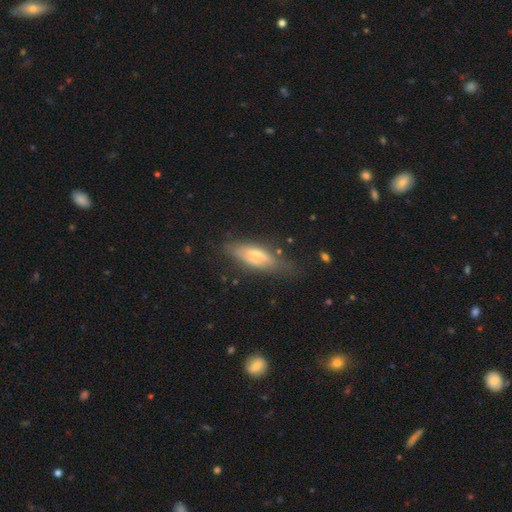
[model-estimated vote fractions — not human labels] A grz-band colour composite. It shows a featured or disk galaxy (48%). Merging: none (68%).